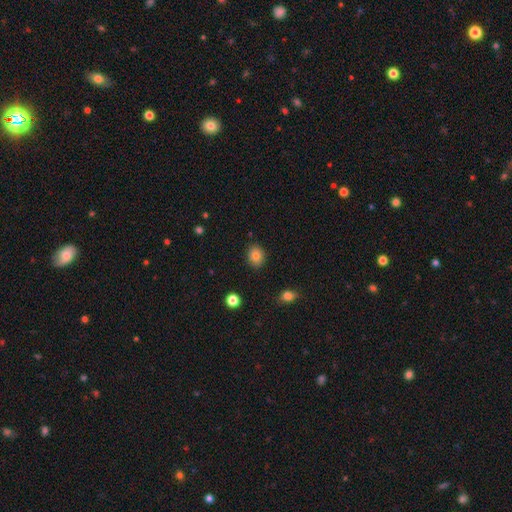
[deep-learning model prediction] The model was most divided on "how rounded": in between: 51%, round: 48%, cigar-shaped: 1%. More confident: merging — none (86%); smooth or featured — smooth (83%).